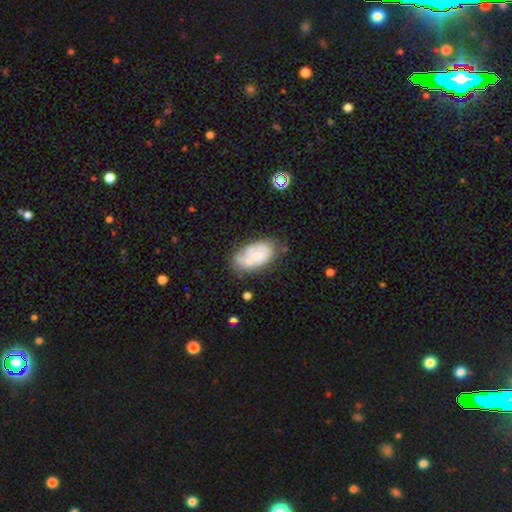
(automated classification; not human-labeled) Smooth or featured? smooth (54%)
How rounded? in between (92%)
Merging? none (46%)